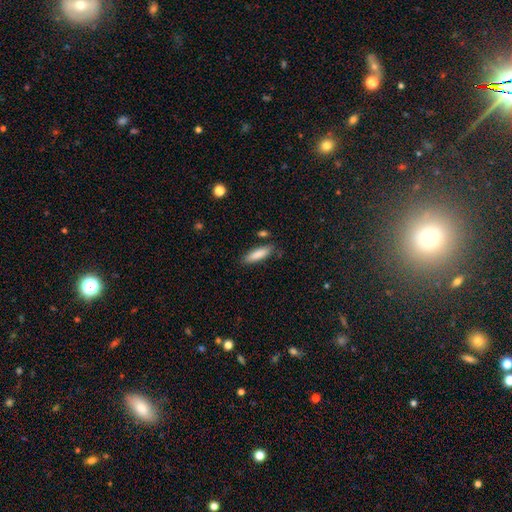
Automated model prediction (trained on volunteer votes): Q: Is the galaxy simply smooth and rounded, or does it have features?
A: smooth — 85%.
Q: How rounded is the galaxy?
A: cigar-shaped — 58%.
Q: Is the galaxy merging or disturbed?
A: none — 82%.